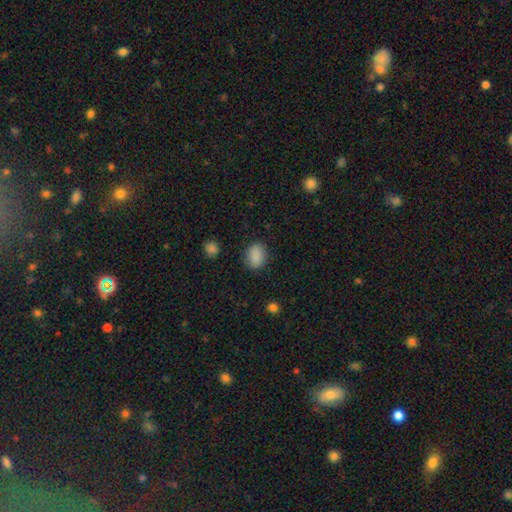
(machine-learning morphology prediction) Overall: smooth (87%). How rounded: in between (70%). Merging: none (84%).